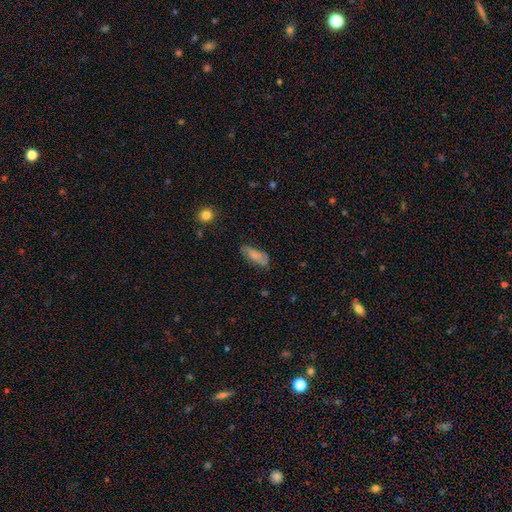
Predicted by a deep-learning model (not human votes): Overall: smooth (73%). How rounded: in between (74%). Merging: none (70%).